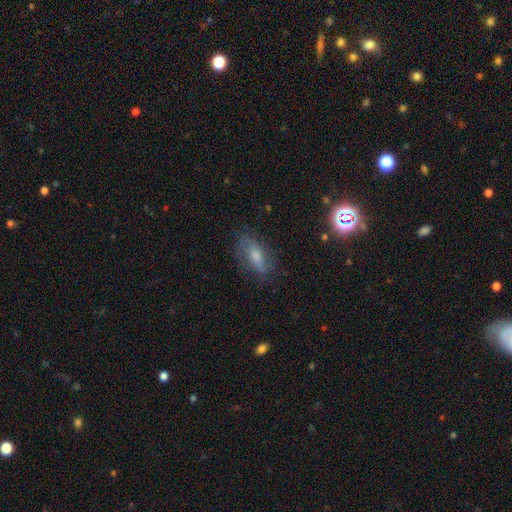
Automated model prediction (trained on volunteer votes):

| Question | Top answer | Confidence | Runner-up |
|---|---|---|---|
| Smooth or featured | featured or disk | 42% | tied: smooth (42%) |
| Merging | none | 72% | minor disturbance (19%) |